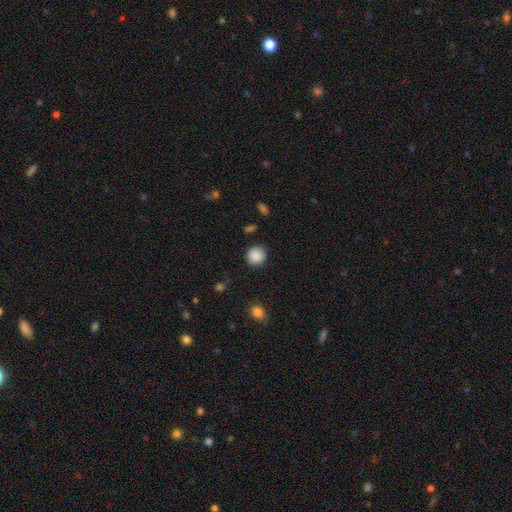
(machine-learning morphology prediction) Q: Smooth or featured?
A: smooth (88%); runner-up: star or artifact (8%)
Q: How rounded?
A: round (92%); runner-up: in between (7%)
Q: Merging?
A: none (89%); runner-up: minor disturbance (7%)